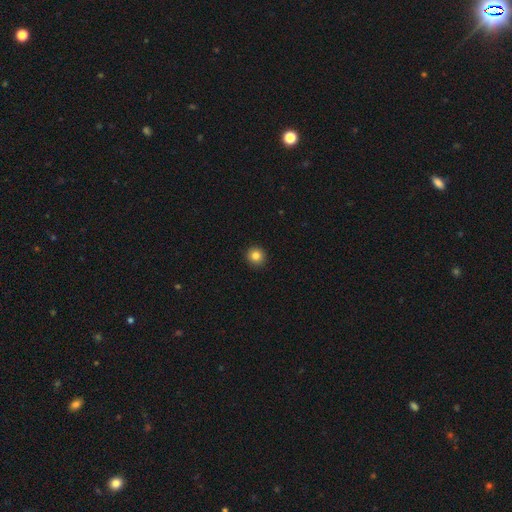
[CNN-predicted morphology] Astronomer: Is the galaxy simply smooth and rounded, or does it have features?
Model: smooth — 83%.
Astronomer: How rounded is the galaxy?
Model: round — 93%.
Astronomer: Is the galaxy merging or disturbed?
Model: none — 93%.